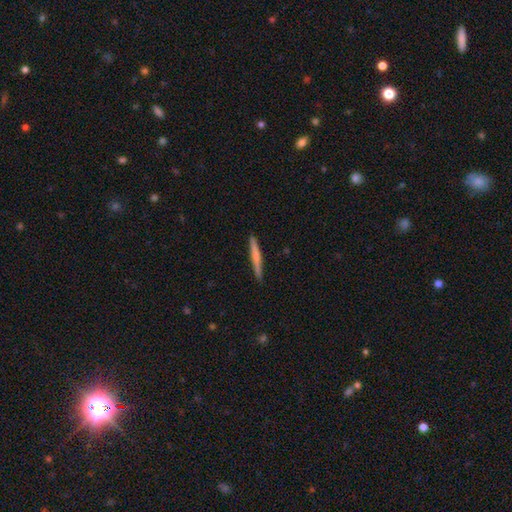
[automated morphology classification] Overall: smooth (54%; featured or disk 40%). How rounded: cigar-shaped (96%). Merging: none (90%).